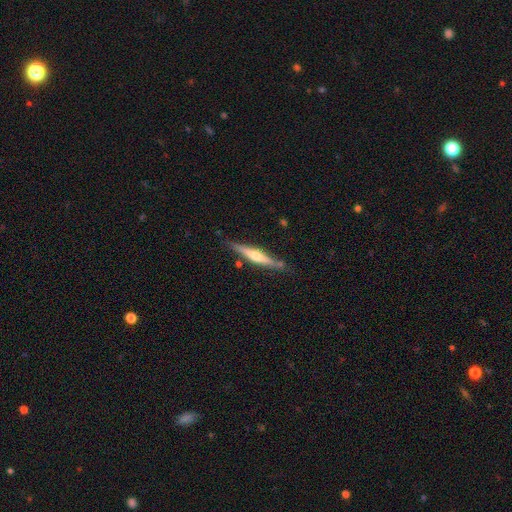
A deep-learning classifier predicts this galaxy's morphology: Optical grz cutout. It shows a featured or disk galaxy (66%) viewed edge-on (97%) with a rounded central bulge (87%). Merging: none (80%).